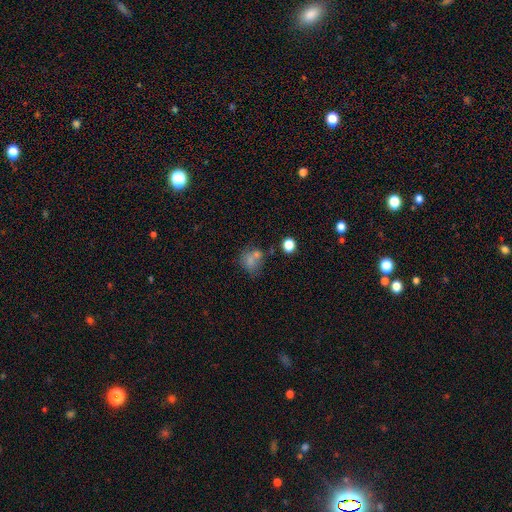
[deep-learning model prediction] Overall: smooth (56%; star or artifact 26%). How rounded: round (68%; in between 30%). Merging: none (52%; merger 22%).